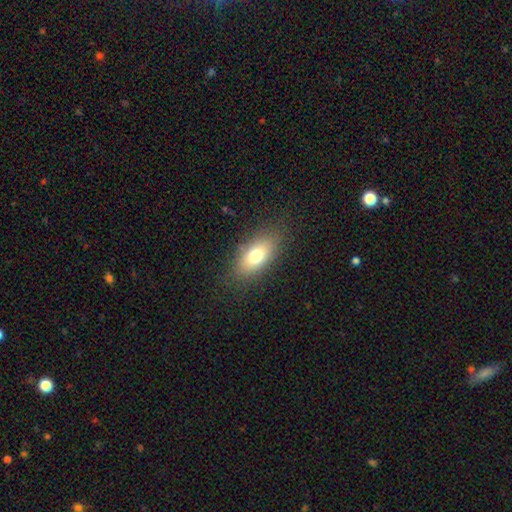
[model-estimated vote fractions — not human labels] smooth-or-featured: smooth: 74% | featured or disk: 16% | star or artifact: 10%
  how-rounded: in between: 86% | cigar-shaped: 8% | round: 6%
  merging: none: 82% | minor disturbance: 12% | major disturbance: 5% | merger: 1%